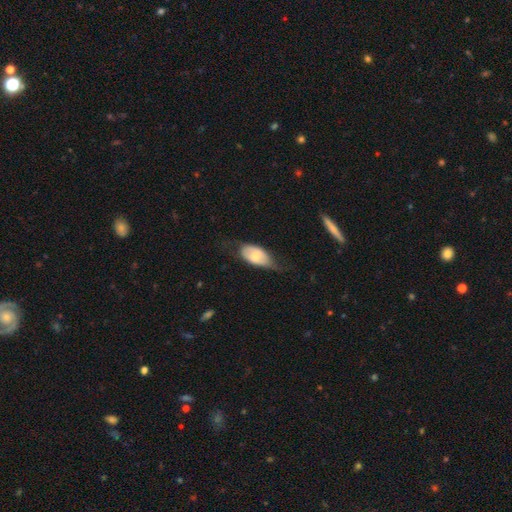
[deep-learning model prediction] Smooth or featured?
  - smooth: 58% *
  - featured or disk: 36%
  - star or artifact: 6%
How rounded?
  - in between: 91% *
  - round: 5%
  - cigar-shaped: 4%
Merging?
  - none: 42% *
  - minor disturbance: 35%
  - major disturbance: 21%
  - merger: 2%